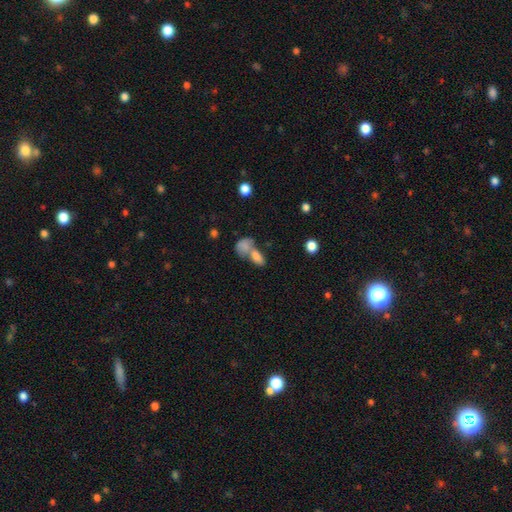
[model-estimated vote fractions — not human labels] smooth_or_featured: smooth (p=0.80) [alt: featured or disk p=0.11]
how_rounded: in between (p=0.86) [alt: round p=0.10]
merging: merger (p=0.59) [alt: none p=0.28]